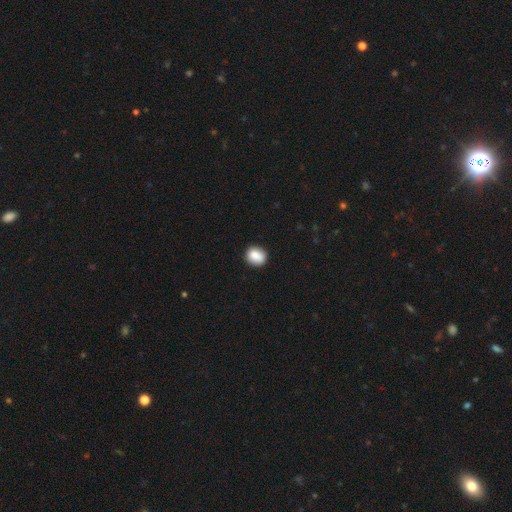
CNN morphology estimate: A smooth galaxy with no disk features (85%) that is round (66%).

Vote fractions:
- Smooth or featured? smooth: 85% / star or artifact: 8% / featured or disk: 6%
- How rounded? round: 66% / in between: 33% / cigar-shaped: 1%
- Merging? none: 87% / minor disturbance: 10% / major disturbance: 2% / merger: 1%